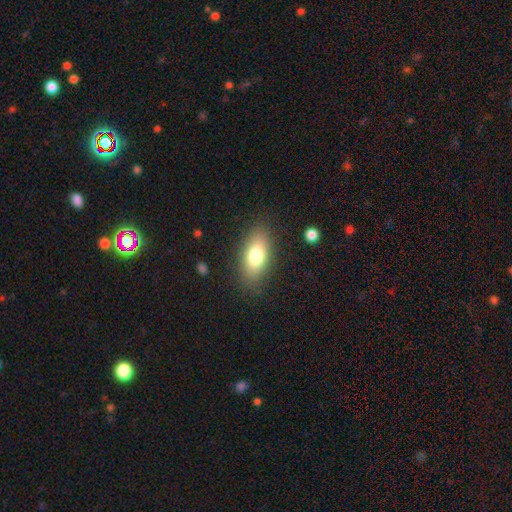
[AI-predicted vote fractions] This appears to be a smooth galaxy with no disk features (76%) that is in between round and cigar-shaped (87%). Merging: none (84%).